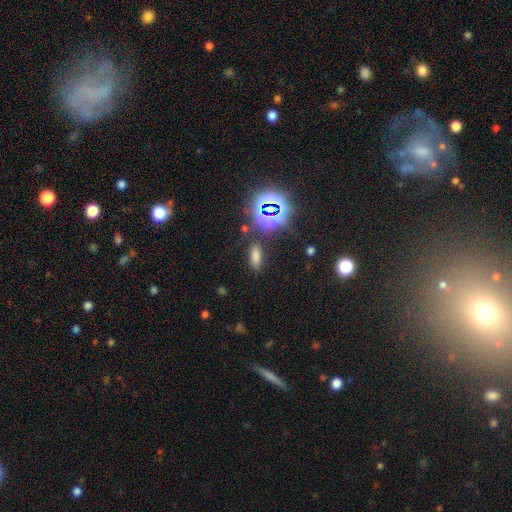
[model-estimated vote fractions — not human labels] Smooth or featured?
  - smooth: 65% *
  - star or artifact: 28%
  - featured or disk: 7%
How rounded?
  - in between: 72% *
  - cigar-shaped: 21%
  - round: 7%
Merging?
  - none: 82% *
  - minor disturbance: 10%
  - merger: 4%
  - major disturbance: 4%